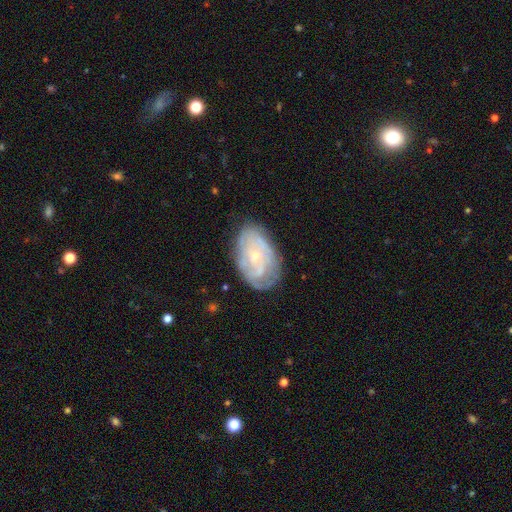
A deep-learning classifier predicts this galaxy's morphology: smooth-or-featured: featured or disk: 69% | smooth: 24% | star or artifact: 7%
  disk-edge-on: no: 95% | yes: 5%
    bar: no: 81% | weak: 16% | strong: 3%
    has-spiral-arms: yes: 68% | no: 32%
    bulge-size: small: 73% | moderate: 23% | none: 2% | large: 1% | dominant: 1%
  merging: none: 68% | minor disturbance: 22% | major disturbance: 8% | merger: 2%